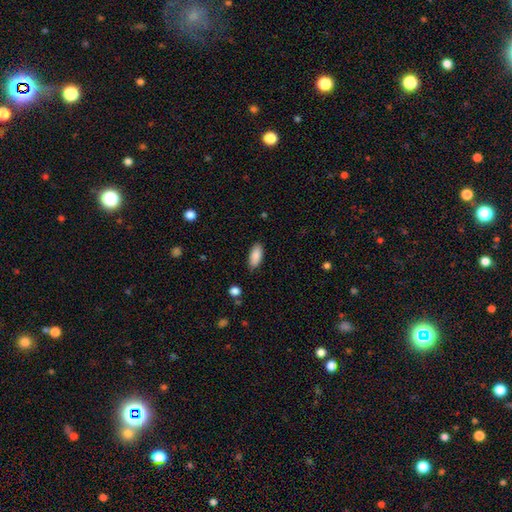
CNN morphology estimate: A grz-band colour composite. It shows a smooth galaxy with no disk features (89%) that is in between round and cigar-shaped (86%). Merging: none (85%).